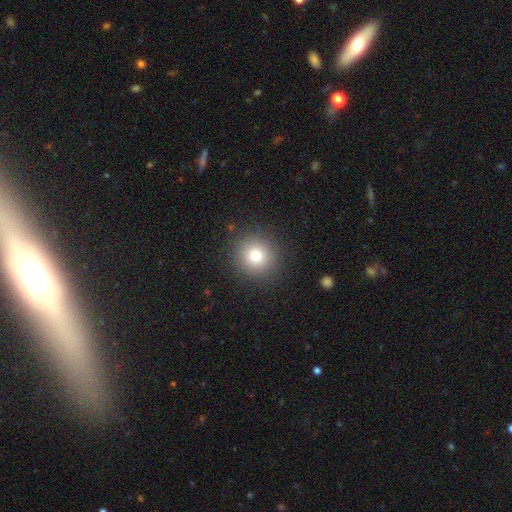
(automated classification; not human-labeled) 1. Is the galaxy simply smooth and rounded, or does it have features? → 78% smooth, 13% star or artifact, 9% featured or disk.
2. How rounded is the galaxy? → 91% round, 8% in between, 1% cigar-shaped.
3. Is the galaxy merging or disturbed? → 89% none, 7% minor disturbance, 3% major disturbance, 1% merger.